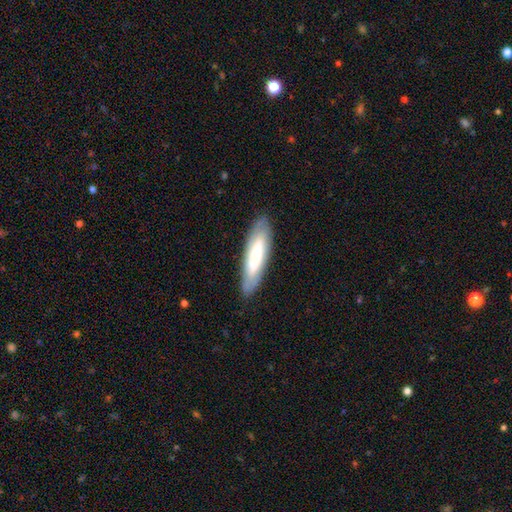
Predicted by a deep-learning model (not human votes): smooth_or_featured: smooth (p=0.64) [alt: featured or disk p=0.30]
how_rounded: cigar-shaped (p=0.68) [alt: in between p=0.30]
merging: none (p=0.84) [alt: minor disturbance p=0.12]